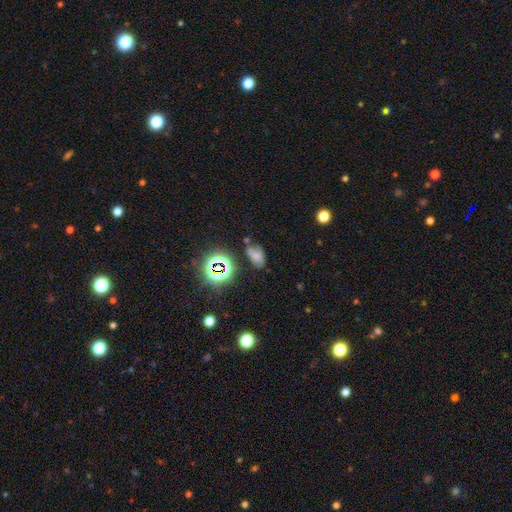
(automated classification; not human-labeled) Smooth or featured? Predicted: smooth (p=0.51). How rounded? Predicted: in between (p=0.84). Merging? Predicted: none (p=0.45).